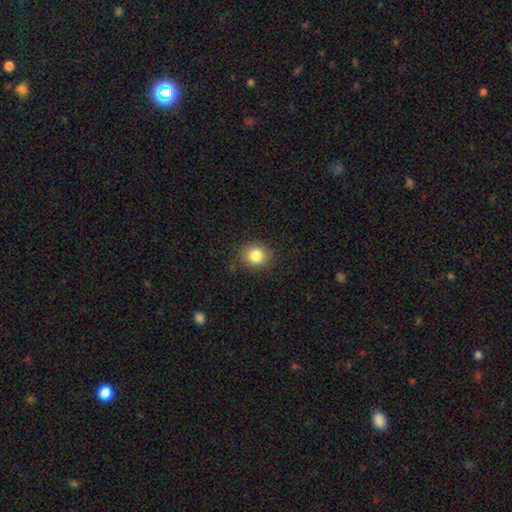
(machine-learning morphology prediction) smooth 83%, star or artifact 10%, featured or disk 7%. Down the decision tree: how rounded — round (71%); merging — none (85%).